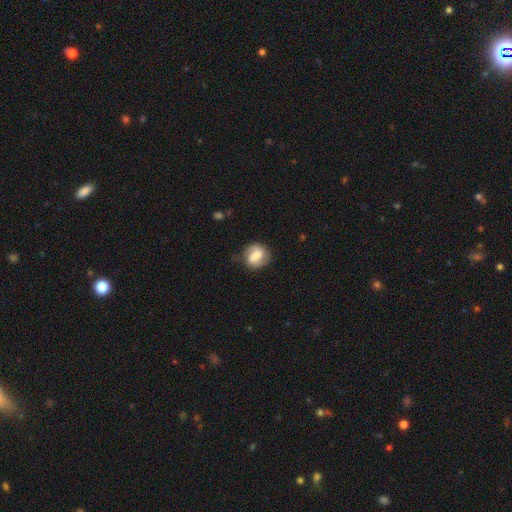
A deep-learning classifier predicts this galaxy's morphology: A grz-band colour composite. It shows a smooth galaxy with no disk features (47%). Merging: none (70%).